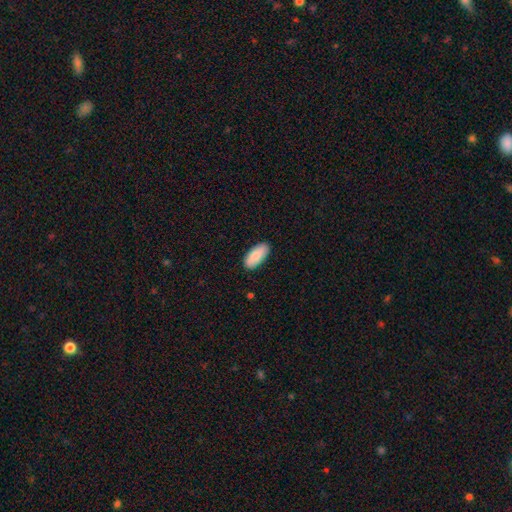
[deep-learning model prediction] smooth_or_featured: smooth (p=0.87) [alt: featured or disk p=0.08]
how_rounded: in between (p=0.91) [alt: cigar-shaped p=0.08]
merging: none (p=0.88) [alt: minor disturbance p=0.09]